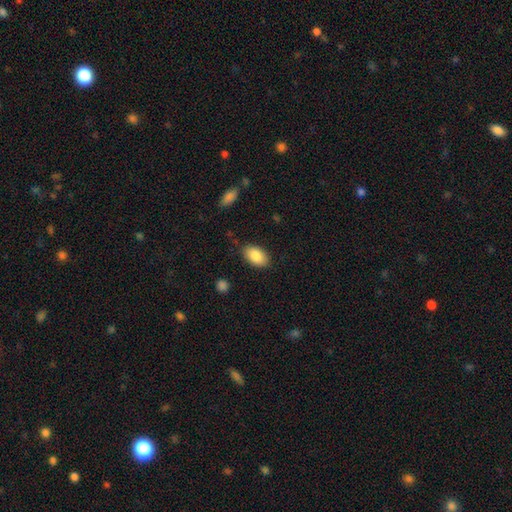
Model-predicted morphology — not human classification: Smooth or featured? smooth (86%)
How rounded? in between (92%)
Merging? none (84%)